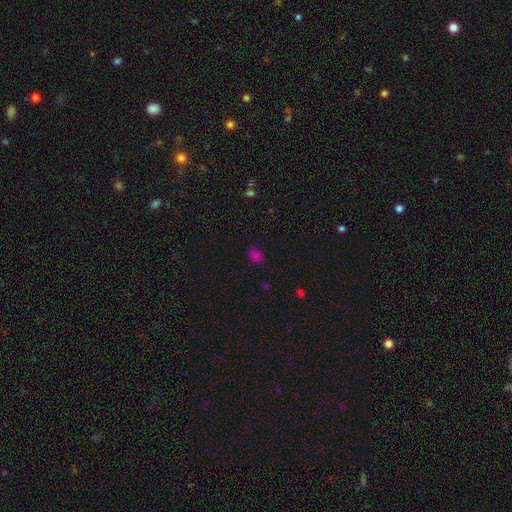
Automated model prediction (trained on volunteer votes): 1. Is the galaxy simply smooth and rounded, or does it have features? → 73% smooth, 23% star or artifact, 5% featured or disk.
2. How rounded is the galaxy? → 74% in between, 24% round, 1% cigar-shaped.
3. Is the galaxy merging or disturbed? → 74% none, 19% minor disturbance, 5% major disturbance, 2% merger.